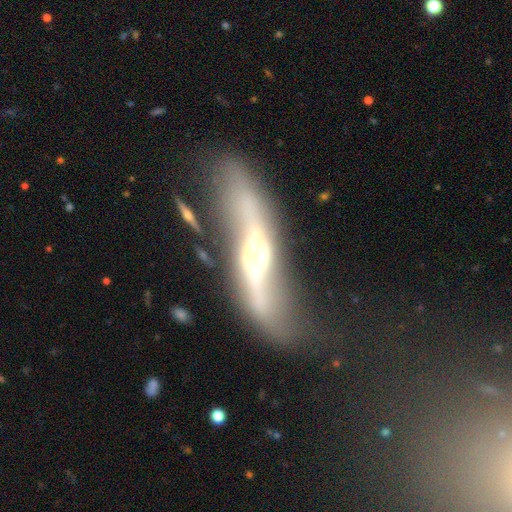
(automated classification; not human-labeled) Morphology: type=featured or disk (83%); edge-on=no (62%); bar=strong (41%); spiral arms=yes (86%); bulge=moderate (58%); merging=none (57%).